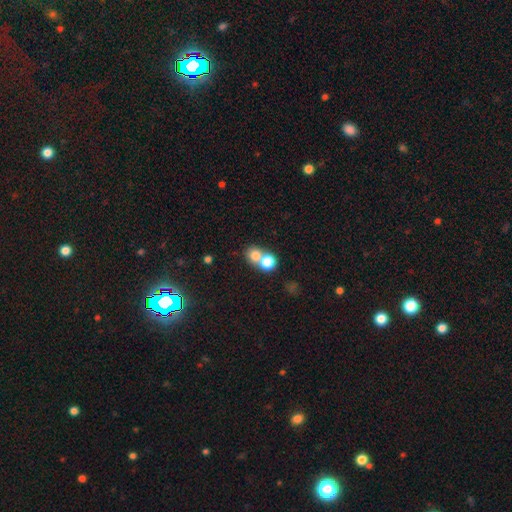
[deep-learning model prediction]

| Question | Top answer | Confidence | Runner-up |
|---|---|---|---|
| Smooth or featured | smooth | 76% | star or artifact (13%) |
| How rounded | round | 79% | in between (20%) |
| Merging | merger | 51% | none (40%) |